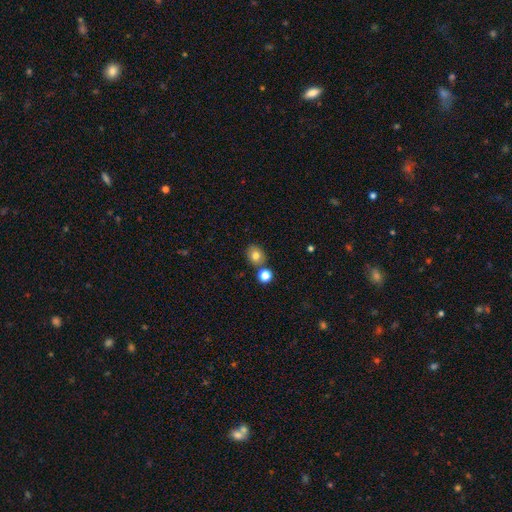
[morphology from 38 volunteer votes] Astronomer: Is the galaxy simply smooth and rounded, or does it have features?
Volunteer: smooth — 89%.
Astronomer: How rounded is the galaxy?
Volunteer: round — 74%.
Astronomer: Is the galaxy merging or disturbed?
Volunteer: none — 68%.